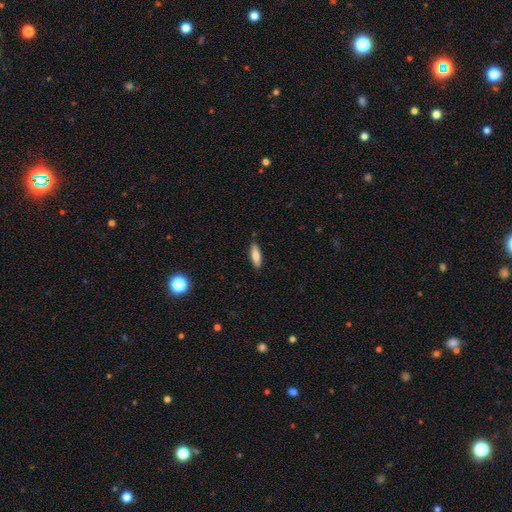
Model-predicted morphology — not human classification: smooth 78%, featured or disk 15%, star or artifact 6%. Down the decision tree: how rounded — in between (53%); merging — none (88%).